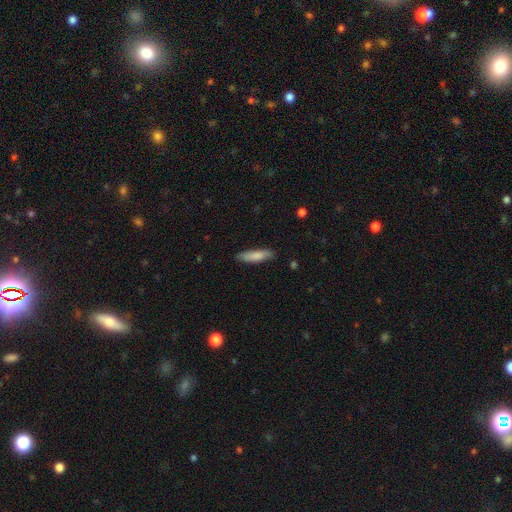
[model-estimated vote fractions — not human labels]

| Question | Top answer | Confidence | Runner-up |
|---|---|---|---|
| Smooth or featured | smooth | 82% | featured or disk (13%) |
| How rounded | cigar-shaped | 70% | in between (29%) |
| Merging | none | 84% | minor disturbance (13%) |